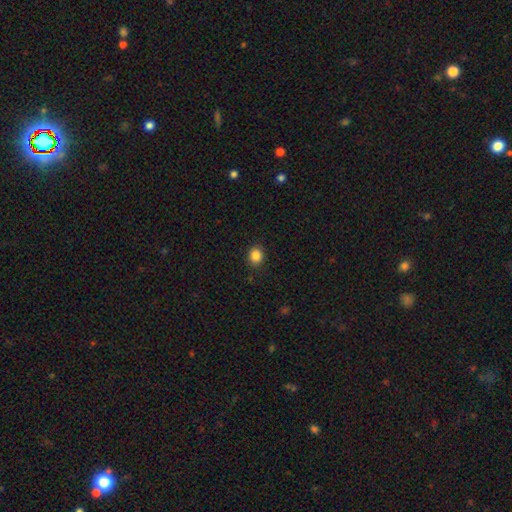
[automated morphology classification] A smooth galaxy with no disk features (85%) that is round (71%).

Vote fractions:
- Smooth or featured? smooth: 85% / star or artifact: 11% / featured or disk: 4%
- How rounded? round: 71% / in between: 28% / cigar-shaped: 1%
- Merging? none: 89% / minor disturbance: 7% / major disturbance: 2% / merger: 1%